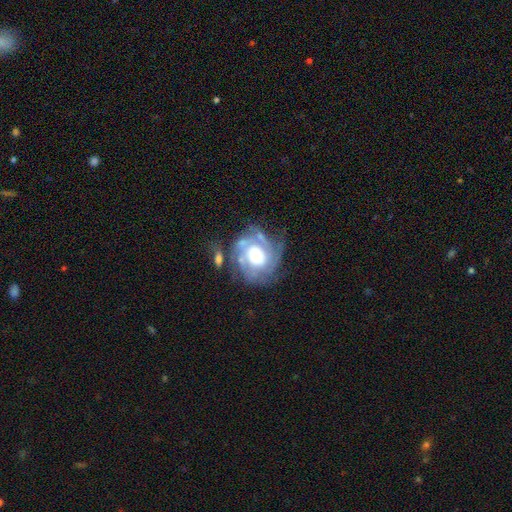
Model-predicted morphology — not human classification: A featured or disk galaxy (78%) with no bar (76%), tight (64%) spiral arms (88%) and a moderate central bulge (49%).

Vote fractions:
- Smooth or featured? featured or disk: 78% / smooth: 15% / star or artifact: 7%
- Edge-on disk? no: 97% / yes: 3%
- Bar? no: 76% / weak: 19% / strong: 5%
- Spiral arms? yes: 88% / no: 12%
- Spiral winding? tight: 64% / medium: 27% / loose: 9%
- Spiral arm count? can't tell: 38% / 2: 24% / 3: 19% / 4: 7% / 1: 7% / more than 4: 5%
- Bulge size? moderate: 49% / large: 31% / small: 15% / dominant: 4% / none: 2%
- Merging? none: 56% / minor disturbance: 21% / major disturbance: 15% / merger: 7%